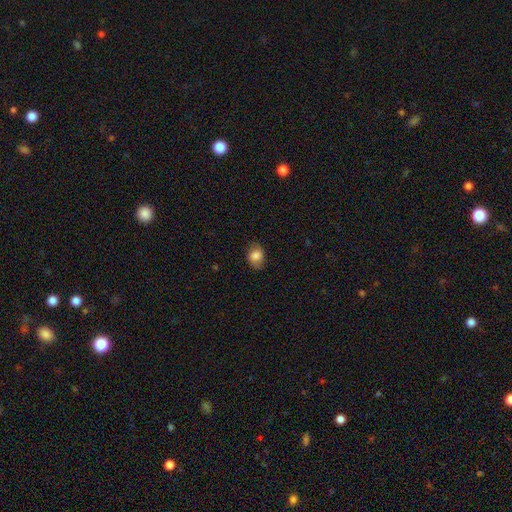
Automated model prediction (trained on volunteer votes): Q: Smooth or featured?
A: smooth (79%); runner-up: featured or disk (12%)
Q: How rounded?
A: in between (64%); runner-up: round (34%)
Q: Merging?
A: none (76%); runner-up: minor disturbance (18%)